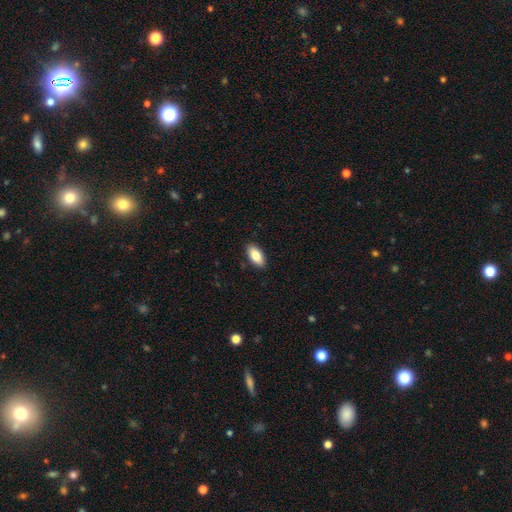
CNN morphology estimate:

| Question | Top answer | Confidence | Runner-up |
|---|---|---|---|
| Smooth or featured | smooth | 84% | featured or disk (10%) |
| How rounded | in between | 90% | cigar-shaped (8%) |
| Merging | none | 89% | minor disturbance (8%) |